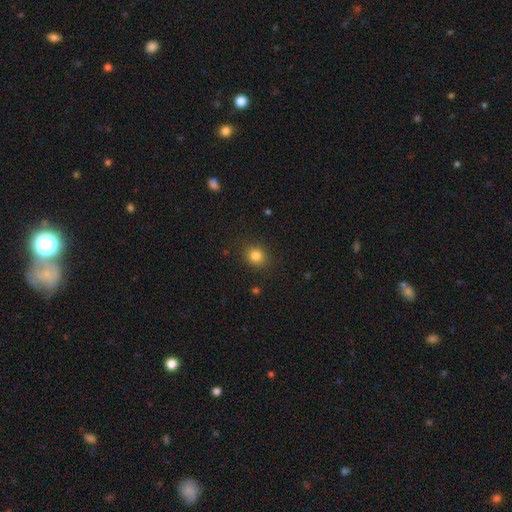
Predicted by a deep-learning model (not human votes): This appears to be a smooth galaxy with no disk features (83%) that is round (76%). Merging: none (88%).